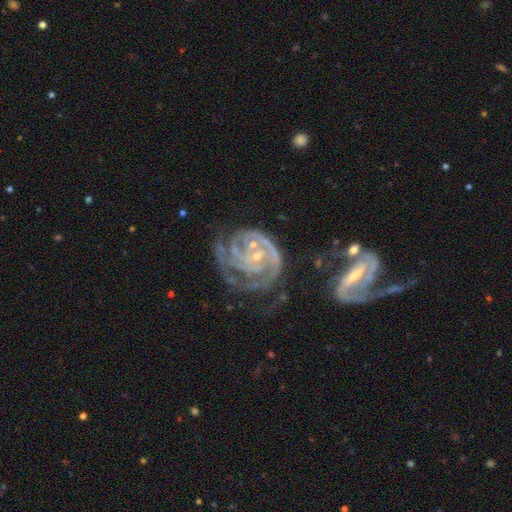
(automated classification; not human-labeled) Smooth or featured? featured or disk (90%)
Edge-on disk? no (98%)
Bar? no (61%)
Spiral arms? yes (96%)
Spiral winding? tight (71%)
Spiral arm count? 2 (30%)
Bulge size? small (79%)
Merging? none (39%)